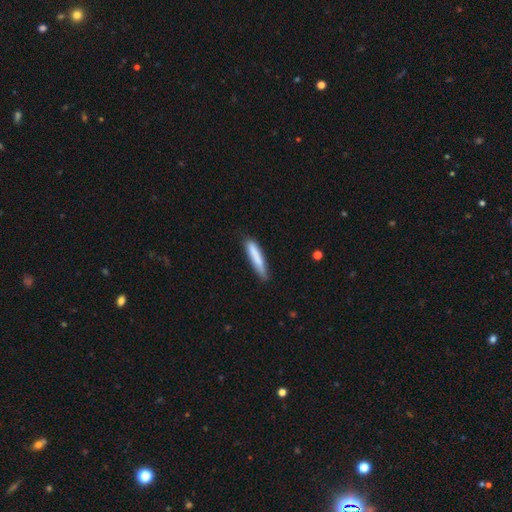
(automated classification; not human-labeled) This is likely a smooth galaxy (79%). How rounded: clearly cigar-shaped (89%). Merging: likely none (77%).